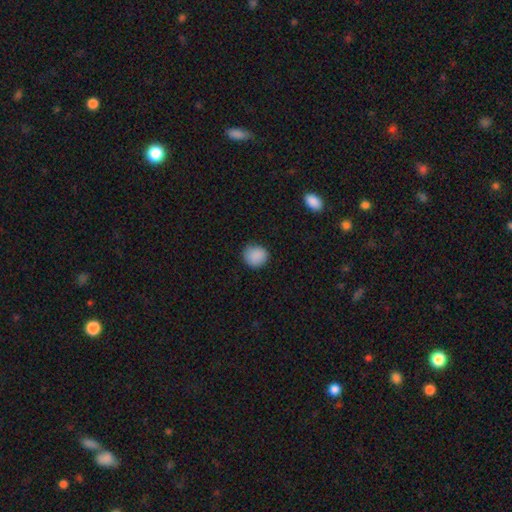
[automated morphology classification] This appears to be a smooth galaxy with no disk features (88%) that is round (86%). Merging: none (86%).